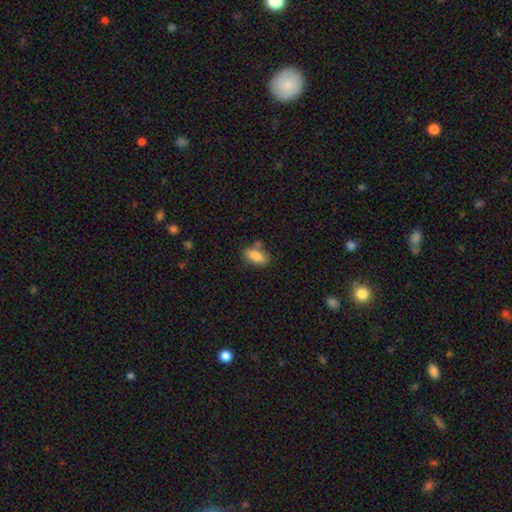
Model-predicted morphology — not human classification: A smooth galaxy with no disk features (82%) that is in between round and cigar-shaped (84%).

Vote fractions:
- Smooth or featured? smooth: 82% / featured or disk: 10% / star or artifact: 8%
- How rounded? in between: 84% / cigar-shaped: 12% / round: 4%
- Merging? none: 67% / minor disturbance: 17% / merger: 11% / major disturbance: 4%